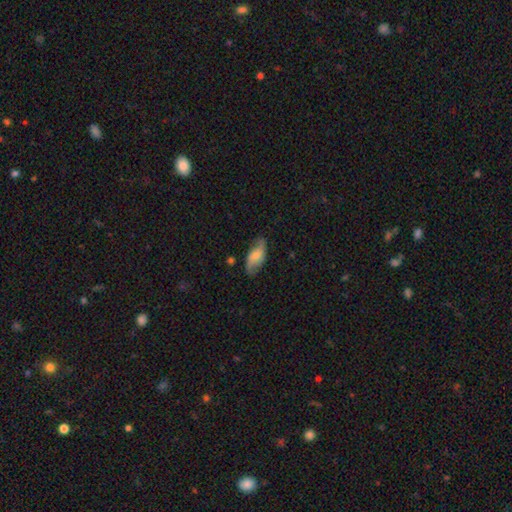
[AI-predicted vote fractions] Smooth or featured: featured or disk — 55% (smooth — 38%)
Edge-on disk: no — 90% (yes — 10%)
Merging: none — 73% (minor disturbance — 20%)